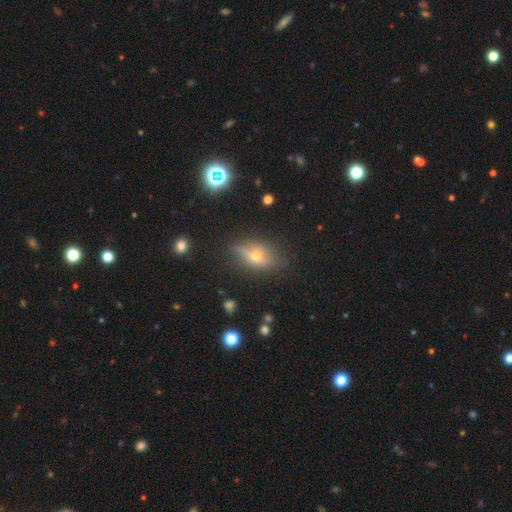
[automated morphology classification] Smooth or featured?
  - featured or disk: 53% *
  - smooth: 31%
  - star or artifact: 16%
Edge-on disk?
  - yes: 79% *
  - no: 21%
Merging?
  - none: 75% *
  - minor disturbance: 17%
  - major disturbance: 6%
  - merger: 2%